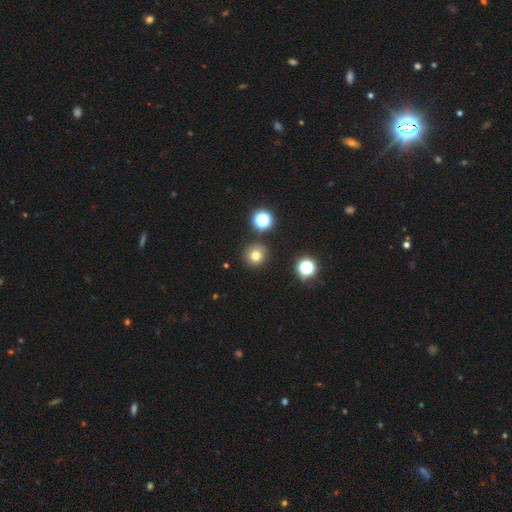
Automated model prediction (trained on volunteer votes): smooth 74%, star or artifact 18%, featured or disk 8%. Down the decision tree: how rounded — round (93%); merging — none (87%).